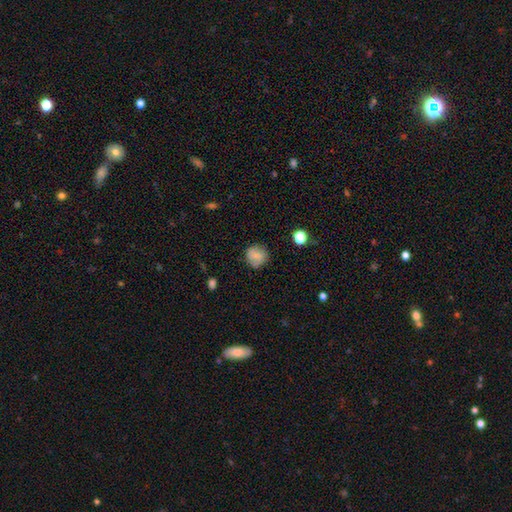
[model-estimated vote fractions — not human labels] A smooth galaxy with no disk features (75%) that is round (88%).

Vote fractions:
- Smooth or featured? smooth: 75% / featured or disk: 16% / star or artifact: 9%
- How rounded? round: 88% / in between: 11% / cigar-shaped: 1%
- Merging? none: 79% / minor disturbance: 16% / major disturbance: 4% / merger: 2%